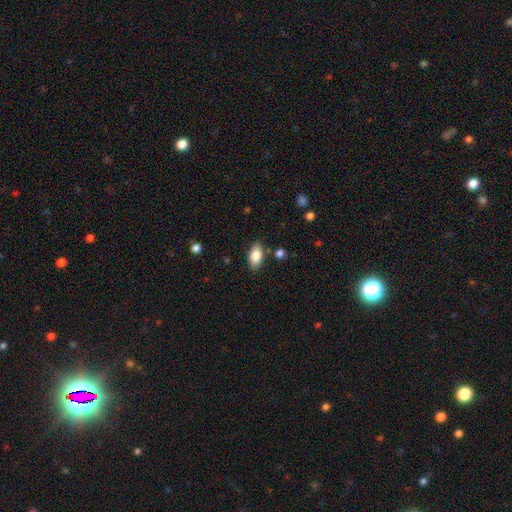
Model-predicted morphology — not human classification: smooth_or_featured: smooth (p=0.81) [alt: featured or disk p=0.11]
how_rounded: in between (p=0.90) [alt: round p=0.05]
merging: none (p=0.83) [alt: minor disturbance p=0.11]